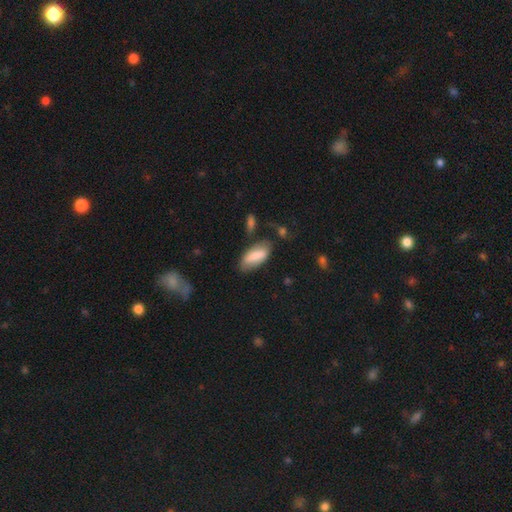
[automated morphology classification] smooth_or_featured: smooth (p=0.75) [alt: featured or disk p=0.19]
how_rounded: in between (p=0.86) [alt: cigar-shaped p=0.12]
merging: none (p=0.63) [alt: minor disturbance p=0.24]